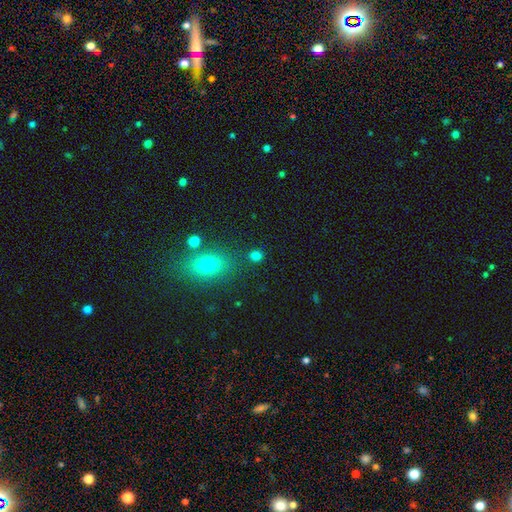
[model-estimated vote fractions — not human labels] A smooth galaxy with no disk features (79%) that is round (68%).

Vote fractions:
- Smooth or featured? smooth: 79% / star or artifact: 15% / featured or disk: 6%
- How rounded? round: 68% / in between: 30% / cigar-shaped: 2%
- Merging? none: 78% / minor disturbance: 10% / merger: 8% / major disturbance: 4%